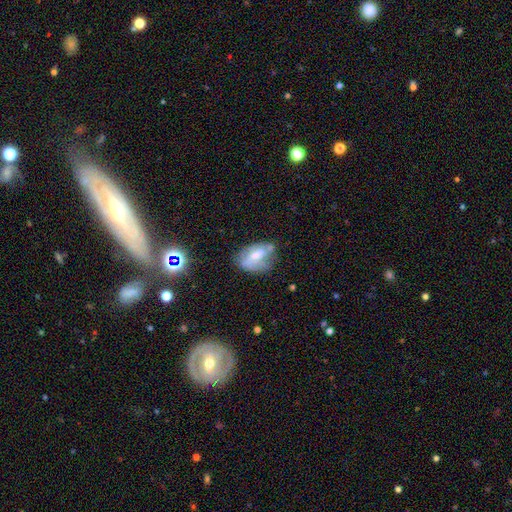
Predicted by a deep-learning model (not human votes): Smooth or featured? featured or disk (48%)
Merging? none (46%)